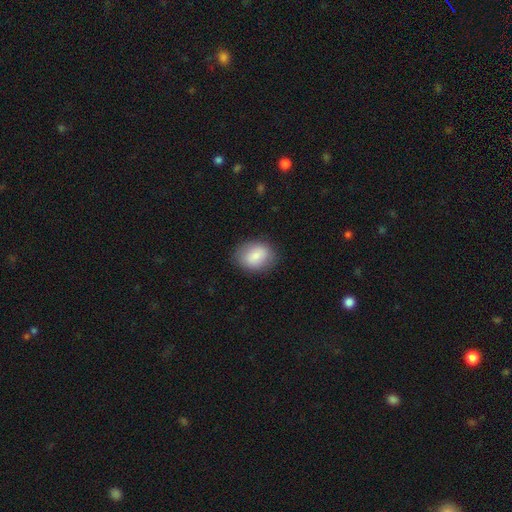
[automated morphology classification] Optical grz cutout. It shows a smooth galaxy with no disk features (81%) that is in between round and cigar-shaped (60%). Merging: none (83%).